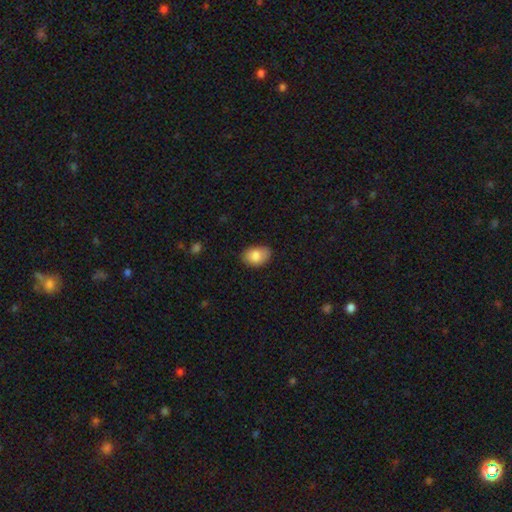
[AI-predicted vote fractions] A smooth galaxy with no disk features (84%) that is in between round and cigar-shaped (83%).

Vote fractions:
- Smooth or featured? smooth: 84% / featured or disk: 9% / star or artifact: 7%
- How rounded? in between: 83% / round: 16% / cigar-shaped: 1%
- Merging? none: 76% / minor disturbance: 20% / major disturbance: 3% / merger: 1%